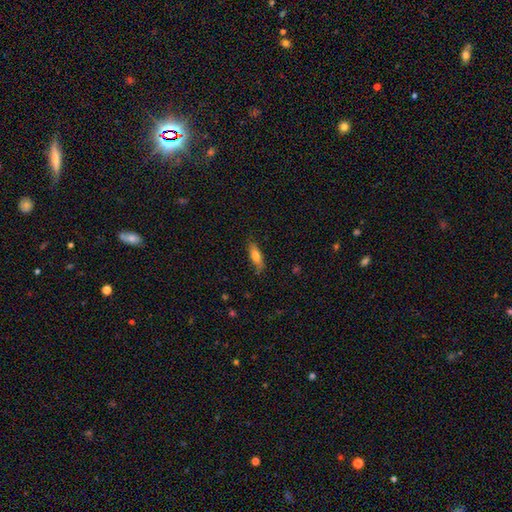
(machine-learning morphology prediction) This is likely a smooth galaxy (72%). How rounded: possibly in between (60%). Merging: likely none (78%).